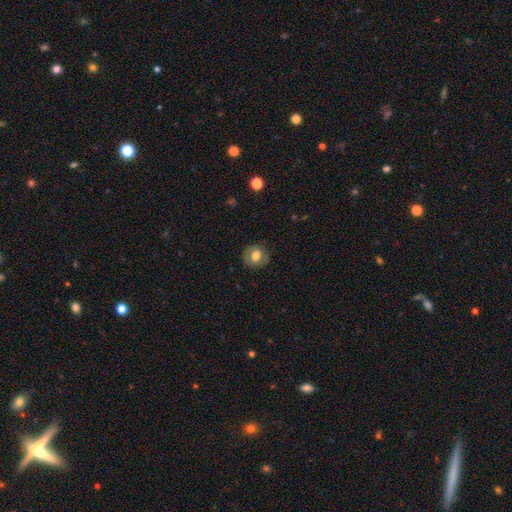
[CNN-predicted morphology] The model was most divided on "smooth or featured": smooth: 67%, featured or disk: 25%, star or artifact: 8%. More confident: merging — none (84%); how rounded — round (81%).